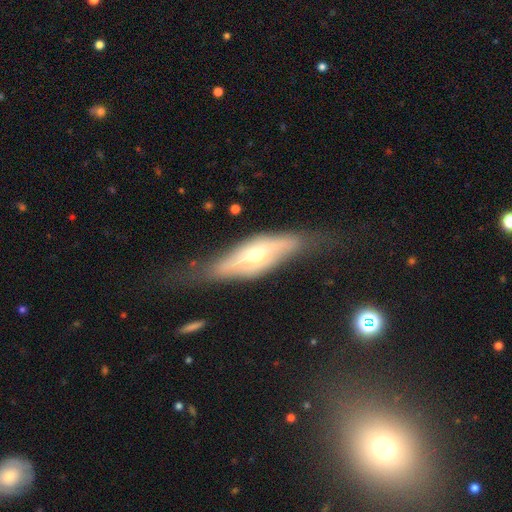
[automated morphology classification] featured or disk 56%, smooth 37%, star or artifact 7%. Down the decision tree: edge-on disk — yes (62%); merging — none (58%).